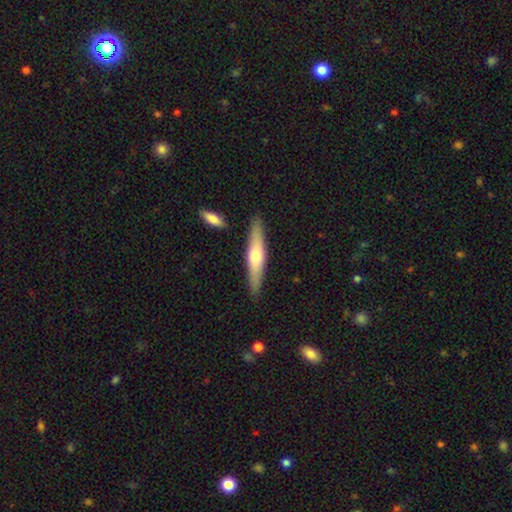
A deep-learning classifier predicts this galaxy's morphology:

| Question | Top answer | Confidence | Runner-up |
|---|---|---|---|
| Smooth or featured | featured or disk | 50% | smooth (45%) |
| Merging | none | 87% | minor disturbance (9%) |